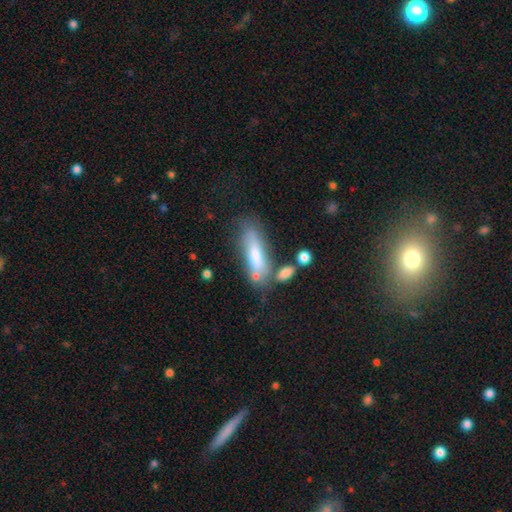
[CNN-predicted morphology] A smooth galaxy with no disk features (65%) that is cigar-shaped (56%).

Vote fractions:
- Smooth or featured? smooth: 65% / featured or disk: 28% / star or artifact: 8%
- How rounded? cigar-shaped: 56% / in between: 42% / round: 2%
- Merging? none: 54% / minor disturbance: 20% / merger: 18% / major disturbance: 9%